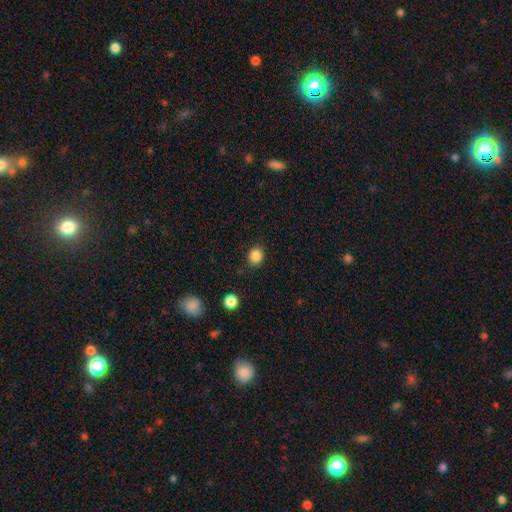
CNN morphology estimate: A smooth galaxy with no disk features (86%) that is round (70%).

Vote fractions:
- Smooth or featured? smooth: 86% / star or artifact: 10% / featured or disk: 3%
- How rounded? round: 70% / in between: 29% / cigar-shaped: 1%
- Merging? none: 87% / minor disturbance: 9% / major disturbance: 3% / merger: 2%